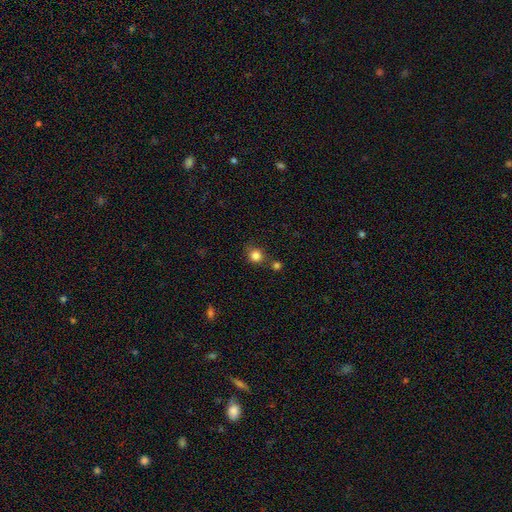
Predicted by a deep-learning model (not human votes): Smooth or featured: smooth — 84% (star or artifact — 11%)
How rounded: round — 84% (in between — 15%)
Merging: none — 69% (minor disturbance — 14%)